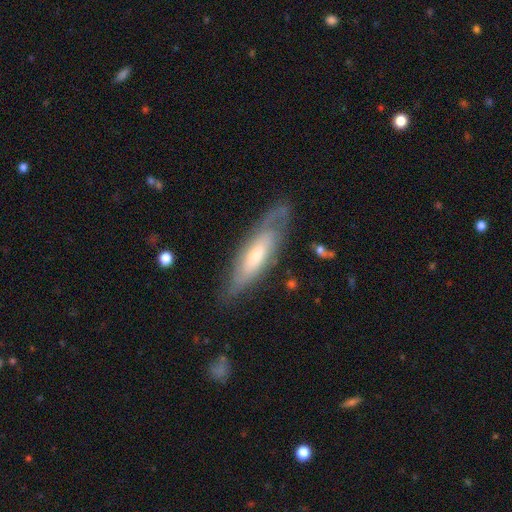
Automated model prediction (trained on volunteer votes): Smooth or featured?
  - featured or disk: 59% *
  - smooth: 35%
  - star or artifact: 6%
Edge-on disk?
  - no: 61% *
  - yes: 39%
Merging?
  - none: 69% *
  - minor disturbance: 20%
  - major disturbance: 9%
  - merger: 2%